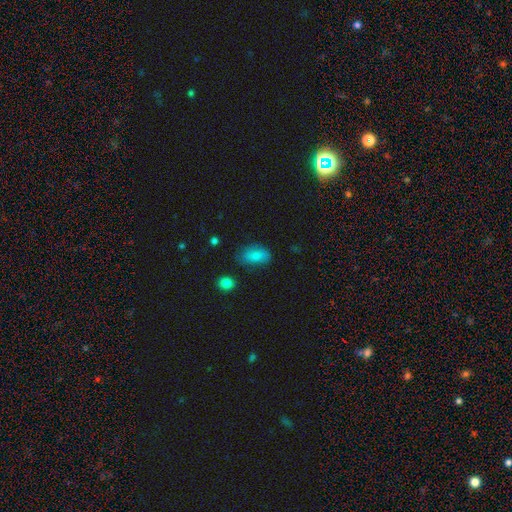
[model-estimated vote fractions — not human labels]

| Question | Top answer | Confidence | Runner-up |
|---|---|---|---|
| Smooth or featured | smooth | 82% | featured or disk (9%) |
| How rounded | in between | 90% | round (8%) |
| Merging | none | 64% | minor disturbance (26%) |